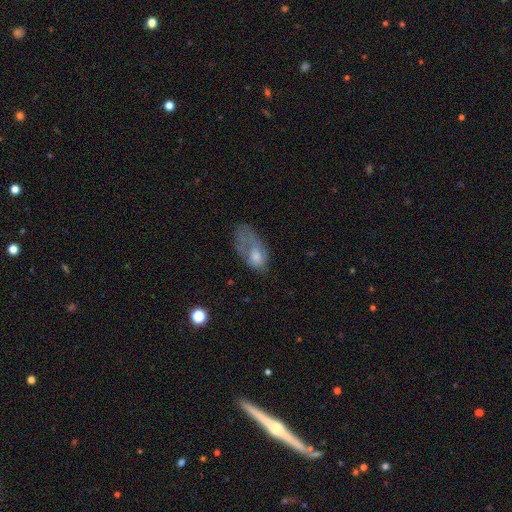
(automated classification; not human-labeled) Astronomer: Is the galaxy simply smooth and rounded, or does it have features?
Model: smooth — 52% (runner-up: featured or disk, 37%).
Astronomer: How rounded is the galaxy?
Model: in between — 87%.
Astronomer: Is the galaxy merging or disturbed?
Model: major disturbance — 43% (runner-up: none, 26%).